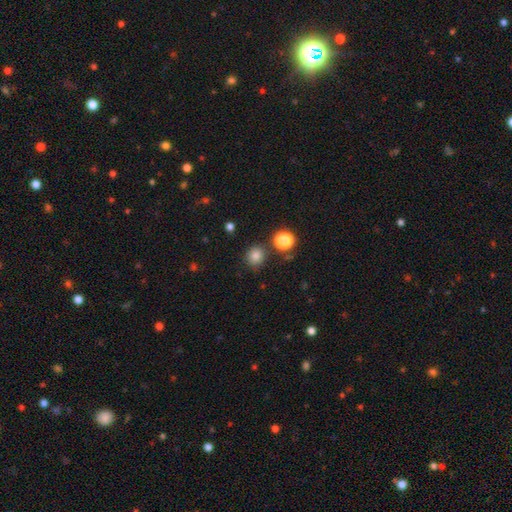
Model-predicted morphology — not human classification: Overall: smooth (81%). How rounded: round (85%). Merging: none (82%).